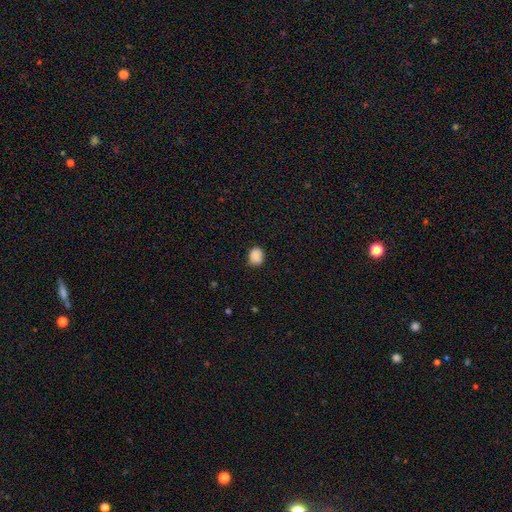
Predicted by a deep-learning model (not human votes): A smooth galaxy with no disk features (84%) that is round (60%). Merging: none (72%).